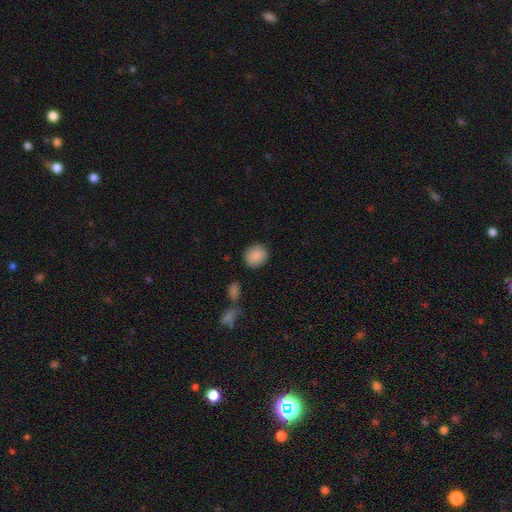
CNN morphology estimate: smooth_or_featured: smooth (p=0.88) [alt: star or artifact p=0.07]
how_rounded: round (p=0.77) [alt: in between p=0.22]
merging: none (p=0.86) [alt: minor disturbance p=0.10]